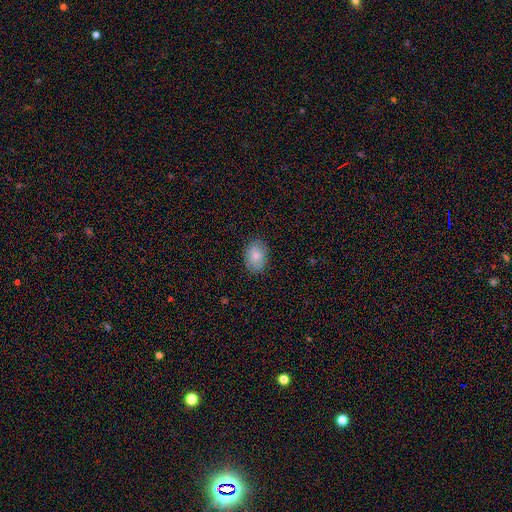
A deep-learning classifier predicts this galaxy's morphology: type=smooth (83%); roundness=in between (69%); merging=none (84%).